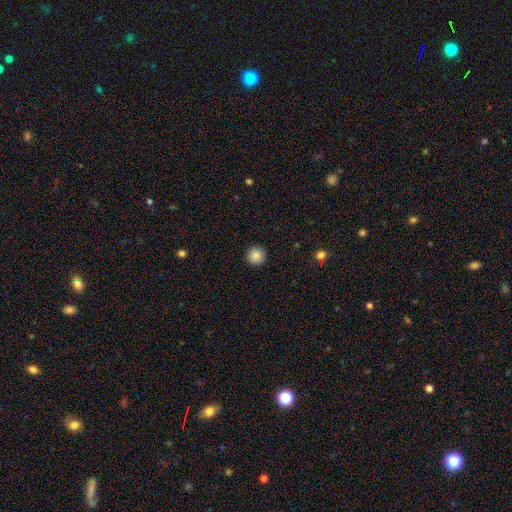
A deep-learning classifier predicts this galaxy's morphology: Smooth or featured?
  - smooth: 88% *
  - star or artifact: 9%
  - featured or disk: 4%
How rounded?
  - round: 96% *
  - in between: 3%
  - cigar-shaped: 1%
Merging?
  - none: 93% *
  - minor disturbance: 5%
  - major disturbance: 2%
  - merger: 1%